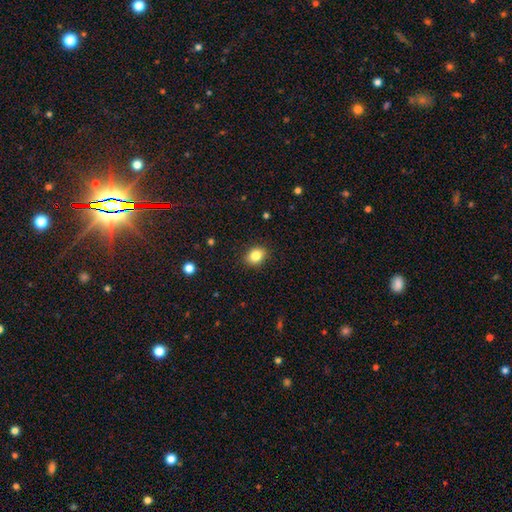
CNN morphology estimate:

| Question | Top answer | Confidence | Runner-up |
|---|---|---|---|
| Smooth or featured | smooth | 84% | star or artifact (10%) |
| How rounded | in between | 55% | round (44%) |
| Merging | none | 89% | minor disturbance (8%) |